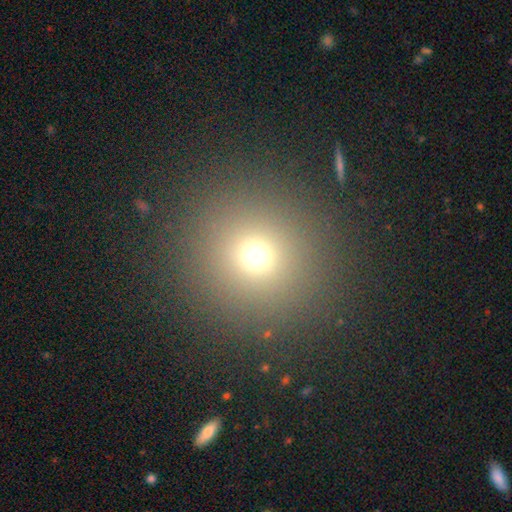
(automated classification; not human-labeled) A smooth galaxy with no disk features (68%) that is round (94%).

Vote fractions:
- Smooth or featured? smooth: 68% / star or artifact: 23% / featured or disk: 9%
- How rounded? round: 94% / in between: 5% / cigar-shaped: 1%
- Merging? none: 90% / minor disturbance: 5% / major disturbance: 3% / merger: 2%